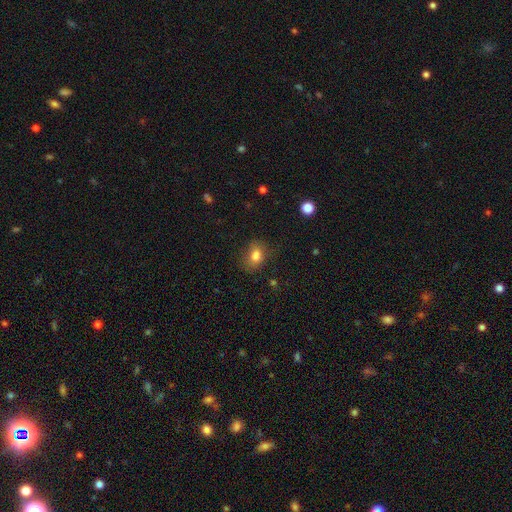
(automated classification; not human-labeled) smooth 79%, star or artifact 11%, featured or disk 10%. Down the decision tree: how rounded — in between (63%); merging — none (69%).